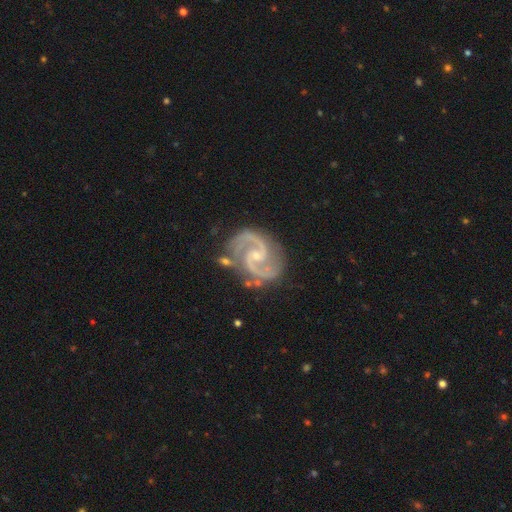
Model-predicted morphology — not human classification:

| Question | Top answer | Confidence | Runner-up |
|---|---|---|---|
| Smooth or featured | featured or disk | 94% | star or artifact (4%) |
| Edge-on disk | no | 99% | yes (1%) |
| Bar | no | 45% | weak (43%) |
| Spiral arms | yes | 99% | no (1%) |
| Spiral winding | medium | 66% | tight (23%) |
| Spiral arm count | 2 | 93% | 3 (2%) |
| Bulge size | small | 75% | moderate (19%) |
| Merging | none | 74% | minor disturbance (17%) |